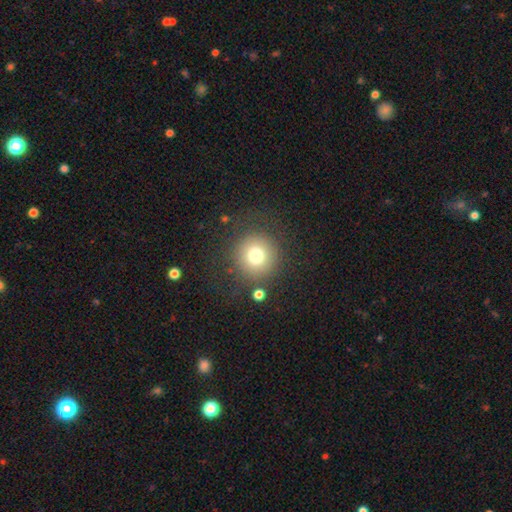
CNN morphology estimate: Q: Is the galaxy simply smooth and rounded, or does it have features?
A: smooth — 75%.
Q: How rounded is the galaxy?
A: round — 94%.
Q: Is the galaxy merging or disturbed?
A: none — 82%.